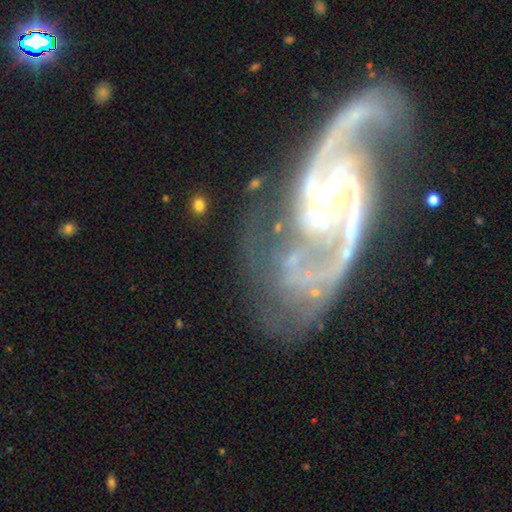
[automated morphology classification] Overall: featured or disk (92%). Edge-on disk: no (97%). Bar: weak (43%; strong 34%). Spiral arms: yes (98%). Spiral arm count: 2 (83%). Spiral winding: medium (54%; loose 30%). Bulge size: small (63%; moderate 28%). Merging: none (55%; minor disturbance 19%).